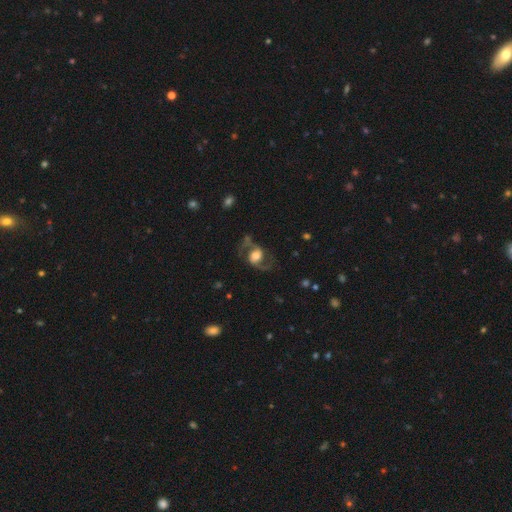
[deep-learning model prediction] featured or disk 77%, smooth 16%, star or artifact 7%. Down the decision tree: edge-on disk — no (97%); bar — no (48%); spiral arms — yes (92%); spiral arm count — 2 (92%); spiral winding — loose (51%); bulge size — moderate (46%); merging — none (67%).